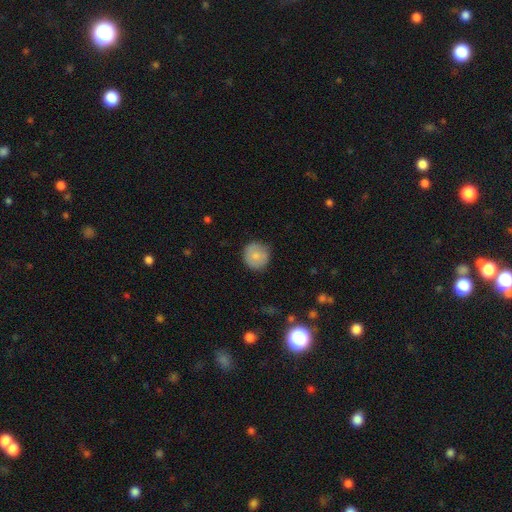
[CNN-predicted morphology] Smooth or featured? Predicted: smooth (p=0.78). How rounded? Predicted: round (p=0.93). Merging? Predicted: none (p=0.83).